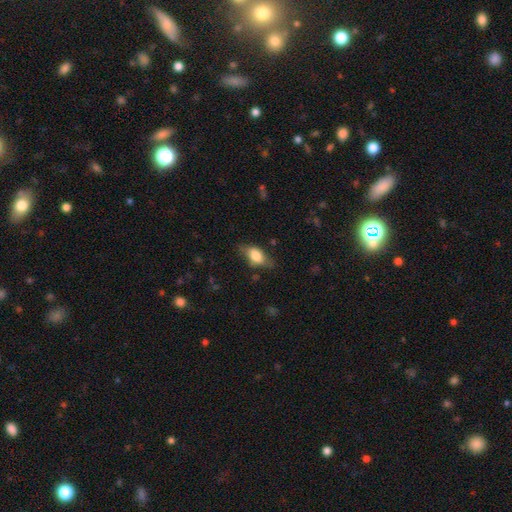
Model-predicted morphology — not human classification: Overall: smooth (76%). How rounded: in between (85%). Merging: none (67%).